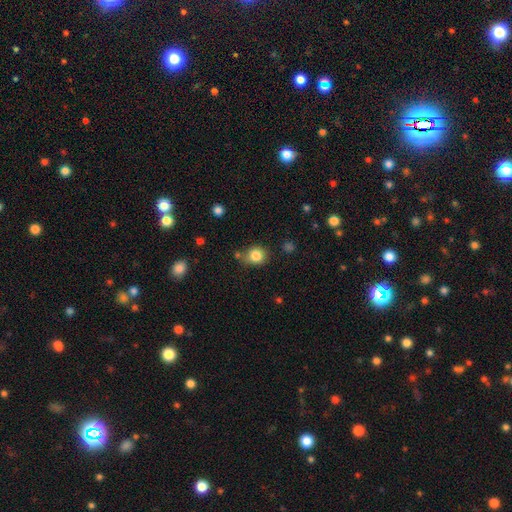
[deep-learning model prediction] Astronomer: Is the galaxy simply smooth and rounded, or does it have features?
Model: smooth — 84%.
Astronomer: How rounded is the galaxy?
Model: round — 76%.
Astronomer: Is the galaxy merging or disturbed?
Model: none — 68%.